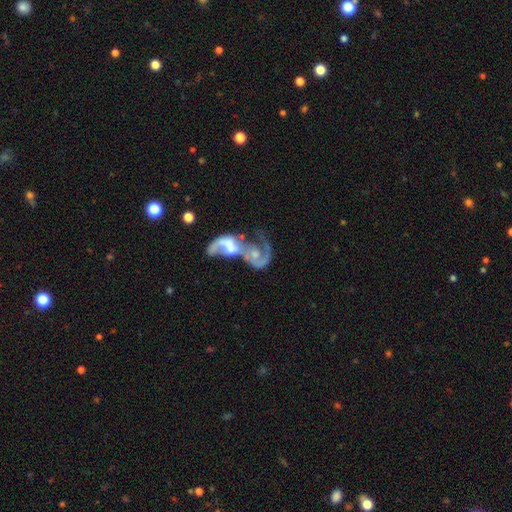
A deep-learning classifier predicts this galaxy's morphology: type=featured or disk (74%); edge-on=no (96%); bar=no (64%); spiral arms=yes (74%); winding=loose (54%); arm count=1 (49%); bulge=moderate (45%); merging=merger (74%).